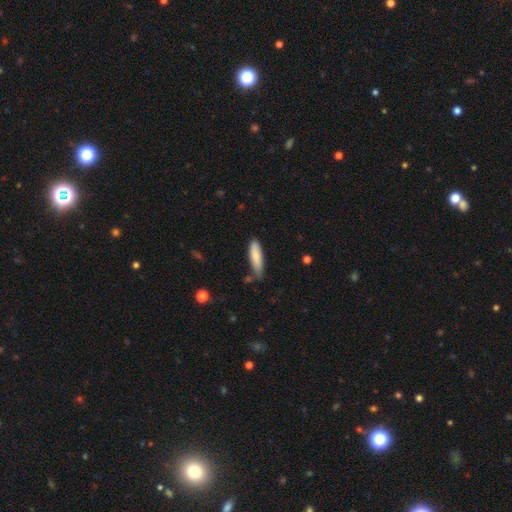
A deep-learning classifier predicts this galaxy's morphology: Smooth or featured? smooth (79%)
How rounded? cigar-shaped (62%)
Merging? none (67%)